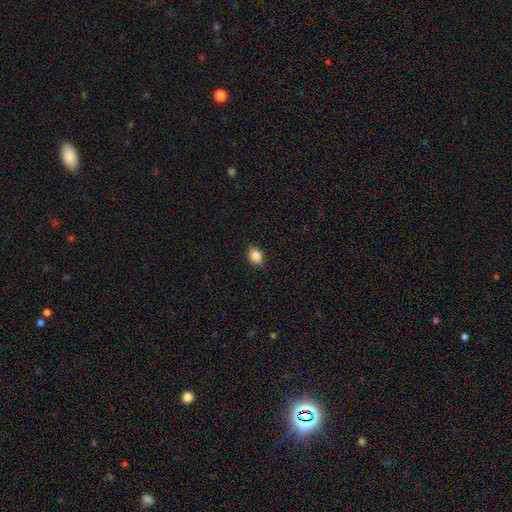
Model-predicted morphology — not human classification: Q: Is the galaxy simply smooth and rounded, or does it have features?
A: smooth — 82%.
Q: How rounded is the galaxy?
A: in between — 70%.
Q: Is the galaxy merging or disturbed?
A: none — 84%.